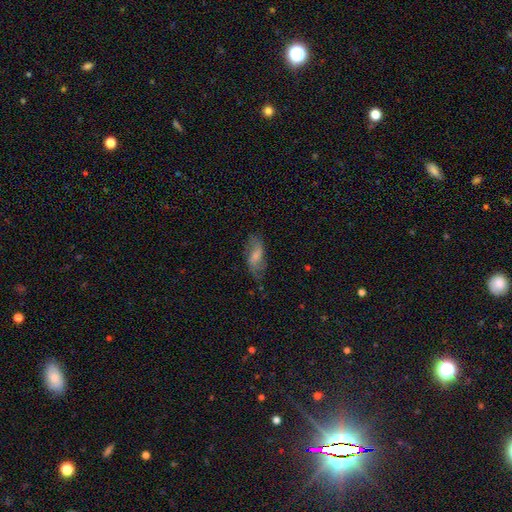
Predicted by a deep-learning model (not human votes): smooth-or-featured: featured or disk: 51% | smooth: 41% | star or artifact: 8%
  disk-edge-on: no: 91% | yes: 9%
  merging: none: 66% | minor disturbance: 23% | major disturbance: 10% | merger: 2%